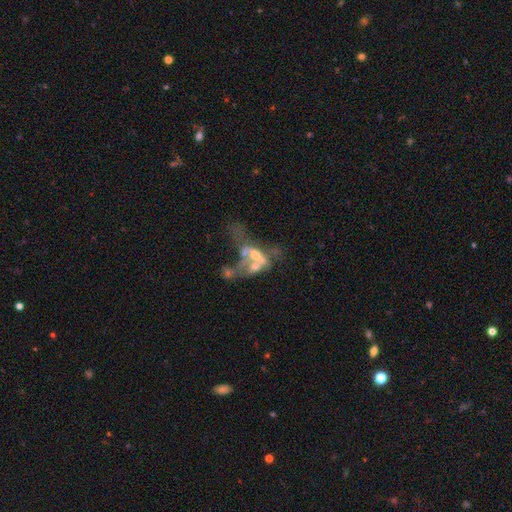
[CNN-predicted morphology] Smooth or featured?
  - featured or disk: 61% *
  - smooth: 24%
  - star or artifact: 15%
Edge-on disk?
  - no: 92% *
  - yes: 8%
Bar?
  - no: 79% *
  - weak: 14%
  - strong: 7%
Spiral arms?
  - no: 85% *
  - yes: 15%
Bulge size?
  - moderate: 41% *
  - none: 25%
  - small: 24%
  - large: 8%
  - dominant: 2%
Merging?
  - merger: 59% *
  - major disturbance: 23%
  - none: 12%
  - minor disturbance: 7%